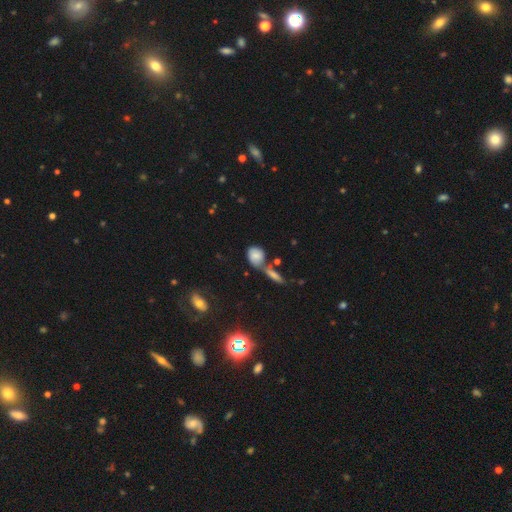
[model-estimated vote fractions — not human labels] The model was most divided on "merging": none: 42%, merger: 35%, minor disturbance: 16%, major disturbance: 7%. More confident: smooth or featured — smooth (72%); how rounded — round (51%).